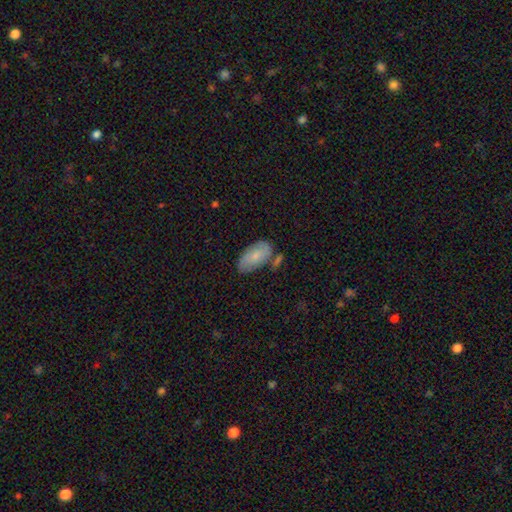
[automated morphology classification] The model was most divided on "merging": none: 61%, minor disturbance: 21%, merger: 13%, major disturbance: 5%. More confident: how rounded — in between (94%); smooth or featured — smooth (73%).